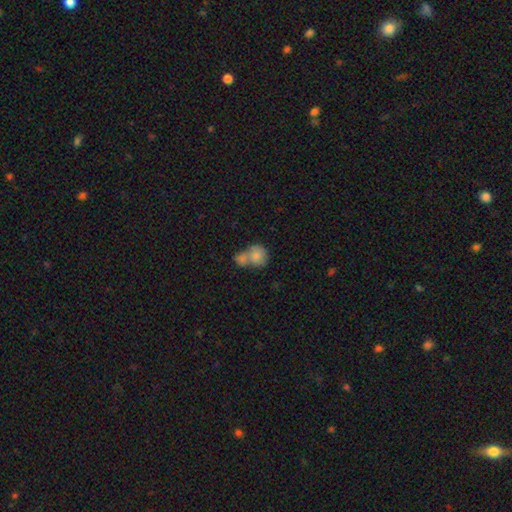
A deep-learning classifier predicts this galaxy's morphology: Smooth or featured? Predicted: smooth (p=0.79). How rounded? Predicted: round (p=0.71). Merging? Predicted: merger (p=0.67).